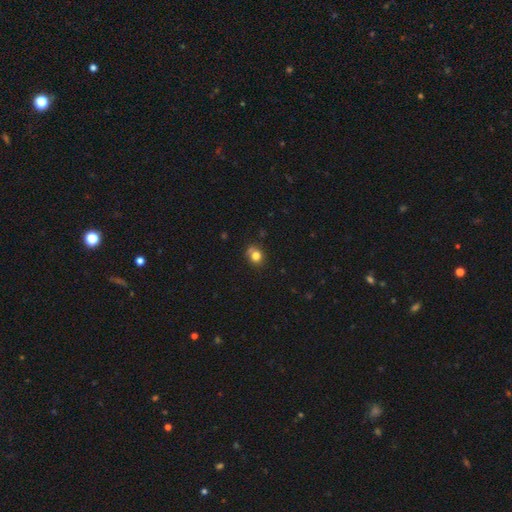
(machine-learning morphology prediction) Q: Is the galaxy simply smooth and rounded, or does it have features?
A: smooth — 79%.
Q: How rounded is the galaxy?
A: round — 71%.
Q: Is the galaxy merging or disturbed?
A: none — 67%.